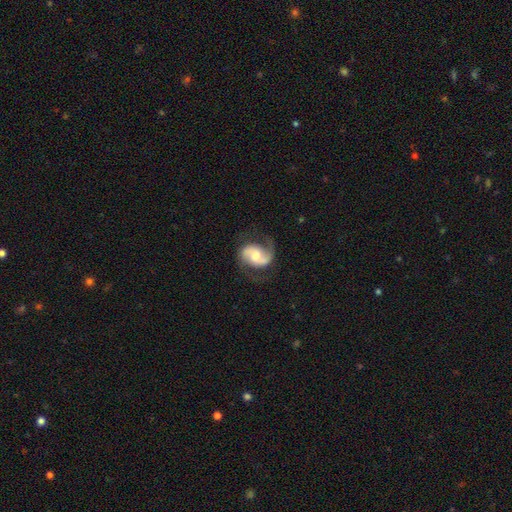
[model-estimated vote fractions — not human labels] featured or disk 82%, smooth 12%, star or artifact 6%. Down the decision tree: edge-on disk — no (98%); bar — weak (43%); spiral arms — yes (95%); spiral arm count — 2 (87%); spiral winding — medium (50%); bulge size — moderate (62%); merging — none (69%).